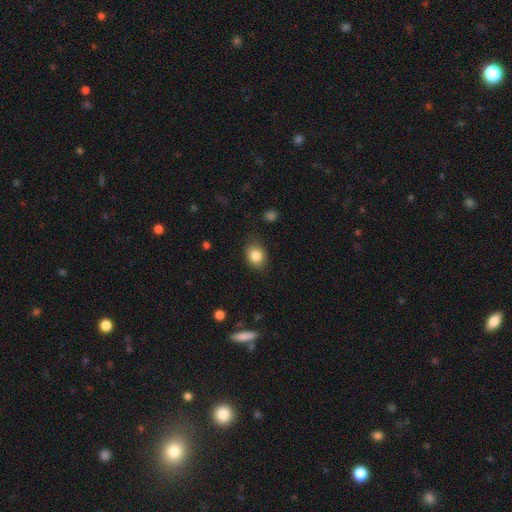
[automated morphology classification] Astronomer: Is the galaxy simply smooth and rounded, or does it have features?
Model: smooth — 84%.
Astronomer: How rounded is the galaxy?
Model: in between — 54% (runner-up: round, 45%).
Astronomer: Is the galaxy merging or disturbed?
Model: none — 78%.